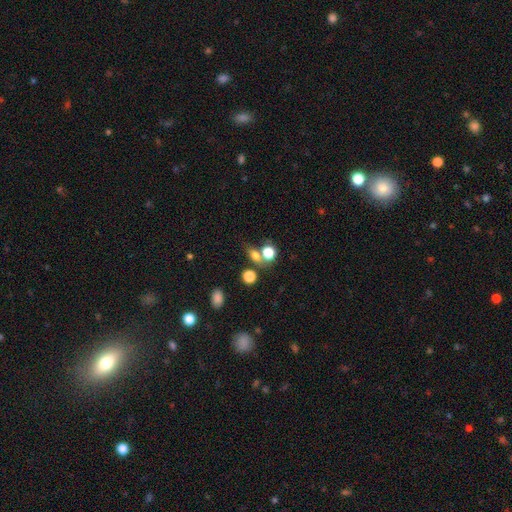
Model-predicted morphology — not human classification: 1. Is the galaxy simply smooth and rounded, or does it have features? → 73% smooth, 17% star or artifact, 10% featured or disk.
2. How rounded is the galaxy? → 49% in between, 46% round, 4% cigar-shaped.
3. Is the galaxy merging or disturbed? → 51% none, 31% merger, 11% minor disturbance, 6% major disturbance.